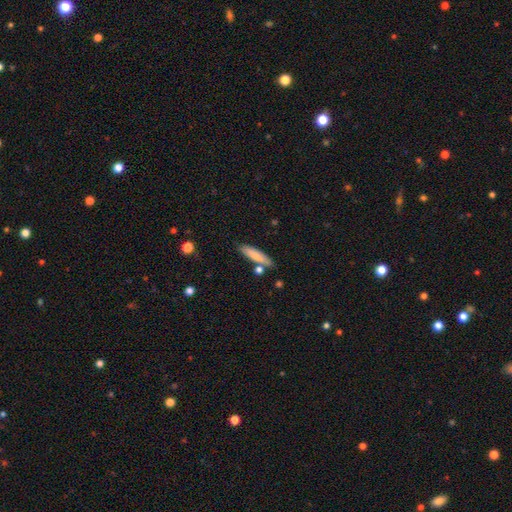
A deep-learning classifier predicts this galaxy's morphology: Smooth or featured: smooth — 76% (featured or disk — 17%)
How rounded: cigar-shaped — 75% (in between — 24%)
Merging: none — 76% (minor disturbance — 13%)